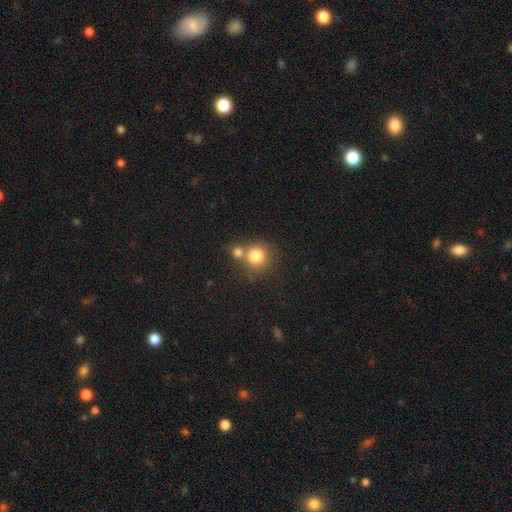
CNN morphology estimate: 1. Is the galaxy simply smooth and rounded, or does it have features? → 79% smooth, 11% star or artifact, 9% featured or disk.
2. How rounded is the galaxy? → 89% round, 10% in between, 1% cigar-shaped.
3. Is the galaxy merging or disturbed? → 49% none, 40% merger, 8% minor disturbance, 3% major disturbance.